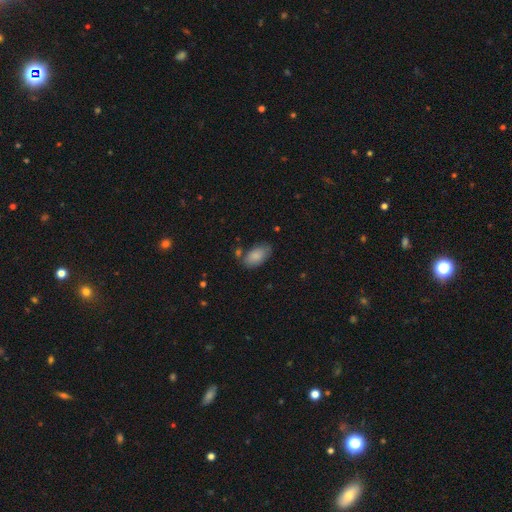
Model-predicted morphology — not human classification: Overall: smooth (86%). How rounded: in between (94%). Merging: none (70%).